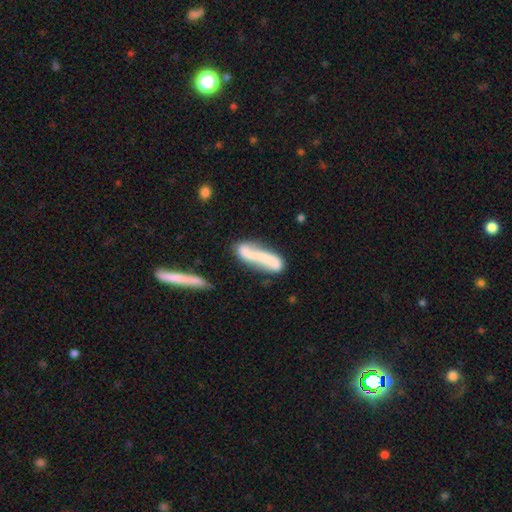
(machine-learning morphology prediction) Smooth or featured? Predicted: featured or disk (p=0.53). Edge-on disk? Predicted: no (p=0.75). Merging? Predicted: none (p=0.57).